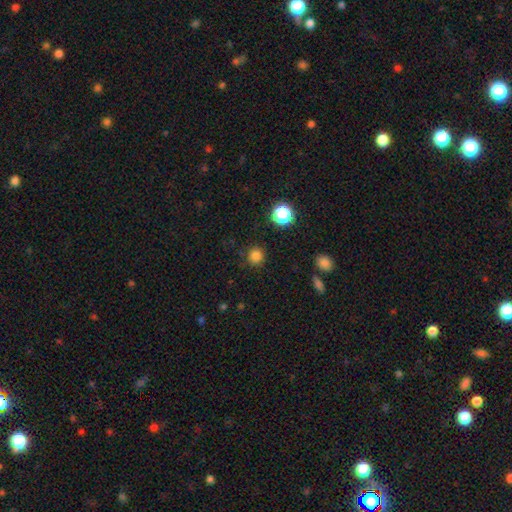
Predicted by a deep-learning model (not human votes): This appears to be a smooth galaxy with no disk features (81%) that is round (93%). Merging: none (89%).